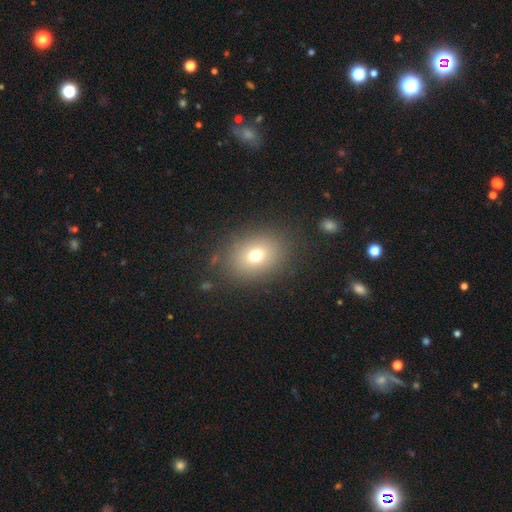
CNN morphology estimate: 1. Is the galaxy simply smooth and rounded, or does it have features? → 71% smooth, 15% star or artifact, 14% featured or disk.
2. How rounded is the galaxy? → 54% in between, 45% round, 1% cigar-shaped.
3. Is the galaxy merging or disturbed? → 83% none, 9% minor disturbance, 5% major disturbance, 2% merger.